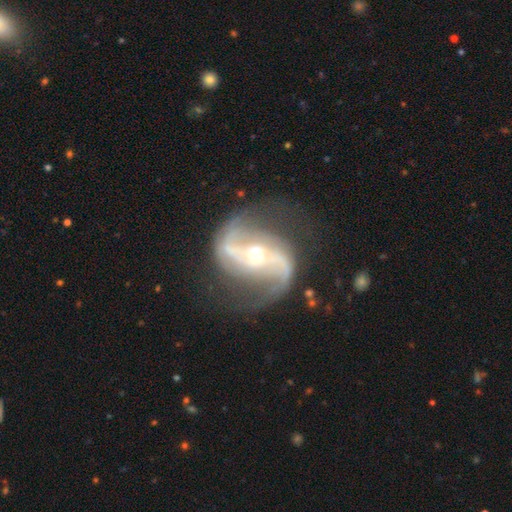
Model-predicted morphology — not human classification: Smooth or featured?
  - featured or disk: 92% *
  - star or artifact: 5%
  - smooth: 3%
Edge-on disk?
  - no: 97% *
  - yes: 3%
Bar?
  - strong: 44% *
  - weak: 29%
  - no: 27%
Spiral arms?
  - yes: 98% *
  - no: 2%
Spiral winding?
  - loose: 54% *
  - medium: 38%
  - tight: 8%
Spiral arm count?
  - 2: 93% *
  - can't tell: 2%
  - 3: 2%
  - 1: 1%
  - 4: 1%
  - more than 4: 1%
Bulge size?
  - small: 57% *
  - moderate: 39%
  - large: 2%
  - none: 1%
  - dominant: 1%
Merging?
  - none: 76% *
  - minor disturbance: 14%
  - major disturbance: 9%
  - merger: 2%